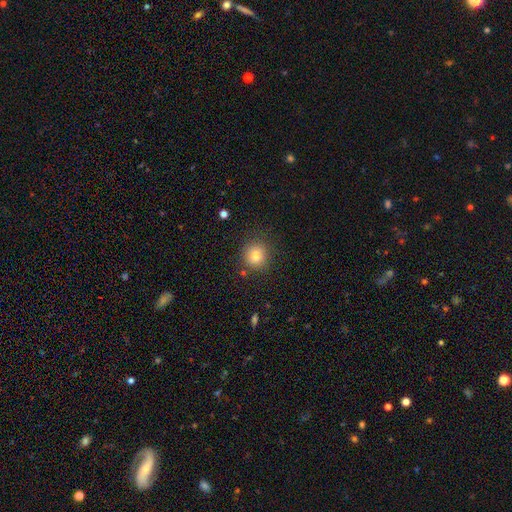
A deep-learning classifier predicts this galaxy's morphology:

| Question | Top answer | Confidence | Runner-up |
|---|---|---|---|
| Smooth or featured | smooth | 81% | star or artifact (12%) |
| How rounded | round | 89% | in between (10%) |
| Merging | none | 85% | minor disturbance (9%) |